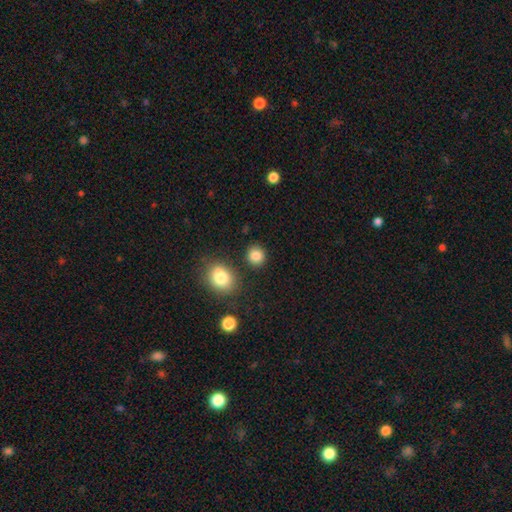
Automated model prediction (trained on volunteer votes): Smooth or featured: smooth — 85% (star or artifact — 10%)
How rounded: round — 83% (in between — 16%)
Merging: none — 86% (minor disturbance — 7%)